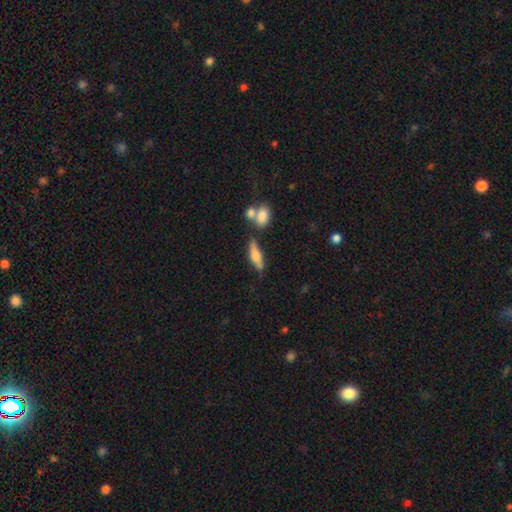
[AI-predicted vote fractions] smooth_or_featured: smooth (p=0.56) [alt: featured or disk p=0.36]
how_rounded: cigar-shaped (p=0.50) [alt: in between p=0.46]
merging: none (p=0.61) [alt: minor disturbance p=0.19]